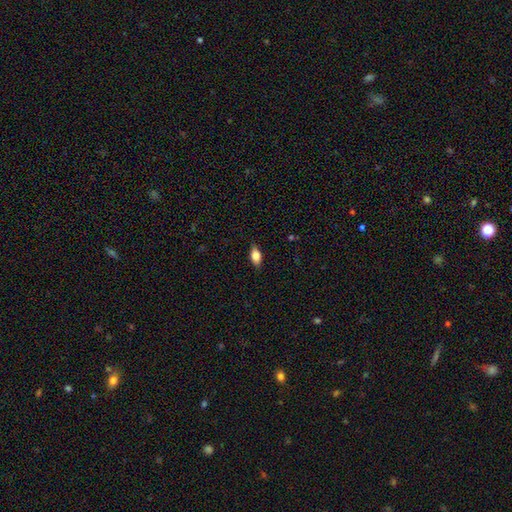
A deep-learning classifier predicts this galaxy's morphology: Overall: smooth (75%). How rounded: in between (86%). Merging: none (85%).